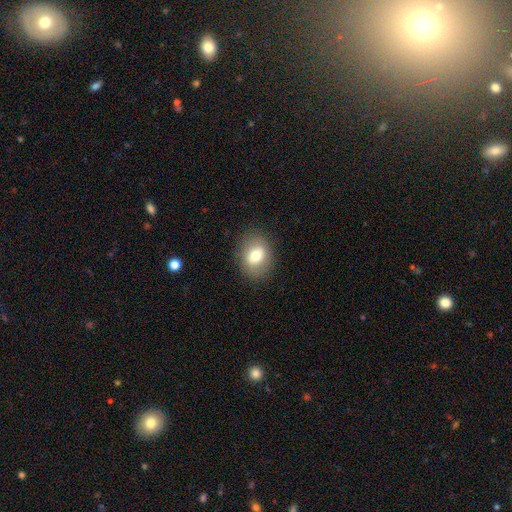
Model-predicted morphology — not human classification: This appears to be a smooth galaxy with no disk features (73%) that is in between round and cigar-shaped (58%). Merging: none (86%).